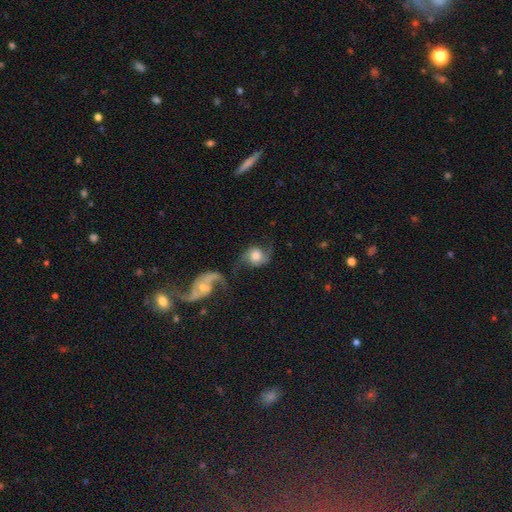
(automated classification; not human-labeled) A featured or disk galaxy (66%) with no bar (68%), 2 (88%) loose (65%) spiral arms (92%) and a moderate central bulge (44%). Merging: none (48%).